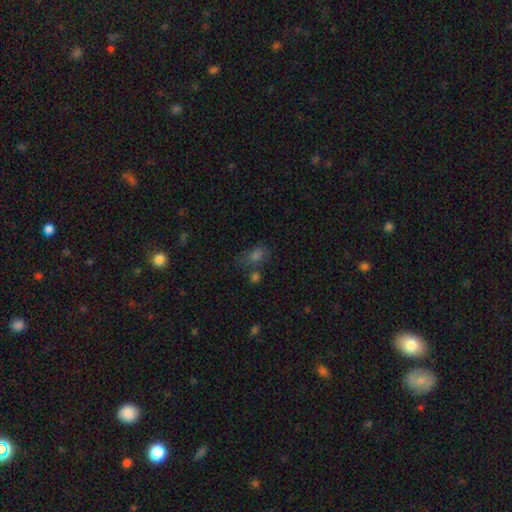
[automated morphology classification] smooth-or-featured: smooth: 58% | star or artifact: 31% | featured or disk: 12%
  how-rounded: in between: 67% | round: 30% | cigar-shaped: 3%
  merging: none: 59% | minor disturbance: 18% | merger: 14% | major disturbance: 9%